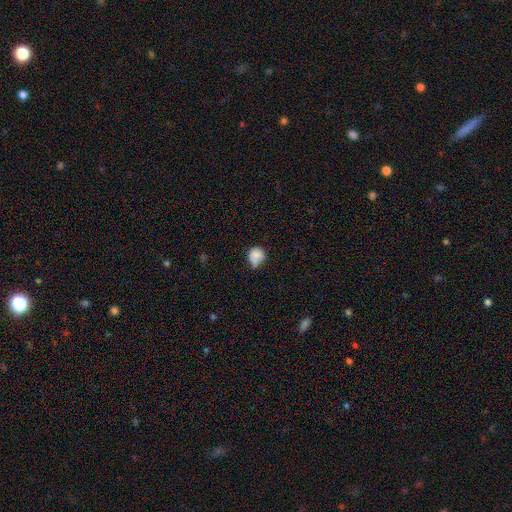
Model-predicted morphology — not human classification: Overall: smooth (78%). How rounded: round (76%). Merging: minor disturbance (40%; none 37%).